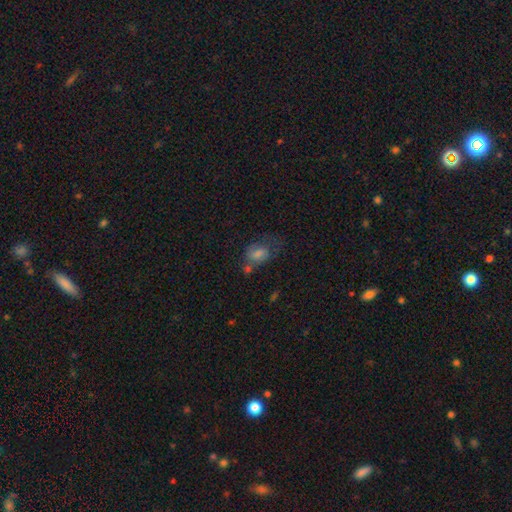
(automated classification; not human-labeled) Q: Smooth or featured?
A: smooth (52%); runner-up: featured or disk (27%)
Q: How rounded?
A: in between (69%); runner-up: round (29%)
Q: Merging?
A: none (43%); runner-up: minor disturbance (22%)